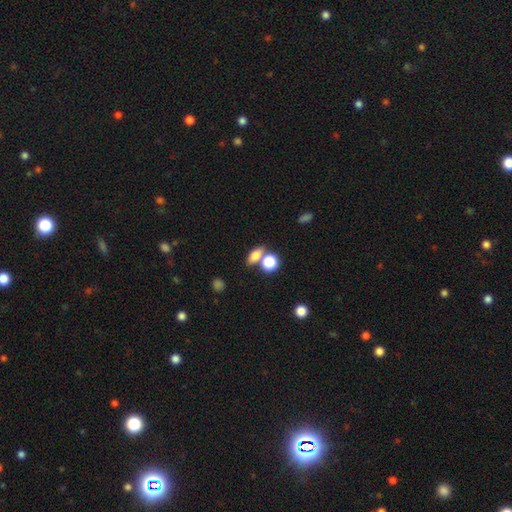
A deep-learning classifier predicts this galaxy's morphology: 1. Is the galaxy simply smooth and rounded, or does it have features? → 74% smooth, 13% featured or disk, 12% star or artifact.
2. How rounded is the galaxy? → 62% in between, 27% round, 11% cigar-shaped.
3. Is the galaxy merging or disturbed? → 53% none, 32% merger, 10% minor disturbance, 4% major disturbance.